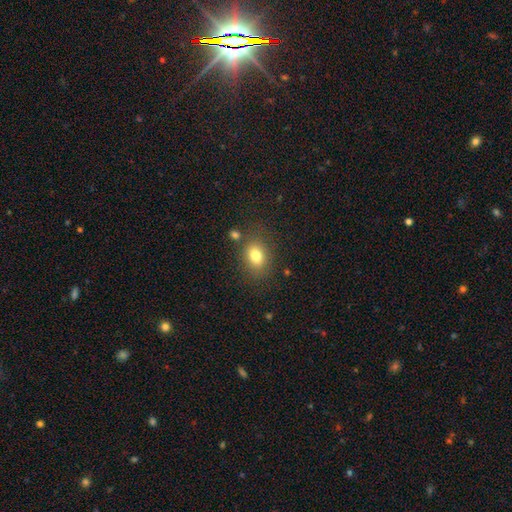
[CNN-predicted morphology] A smooth galaxy with no disk features (79%) that is in between round and cigar-shaped (65%). Merging: none (76%).